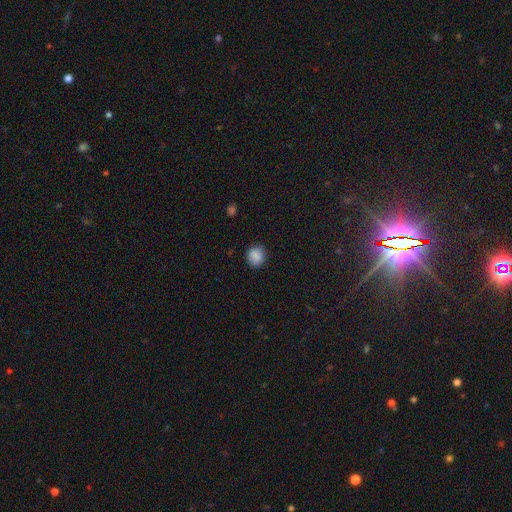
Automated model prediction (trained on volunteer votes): Smooth or featured? Predicted: smooth (p=0.86). How rounded? Predicted: round (p=0.83). Merging? Predicted: none (p=0.87).